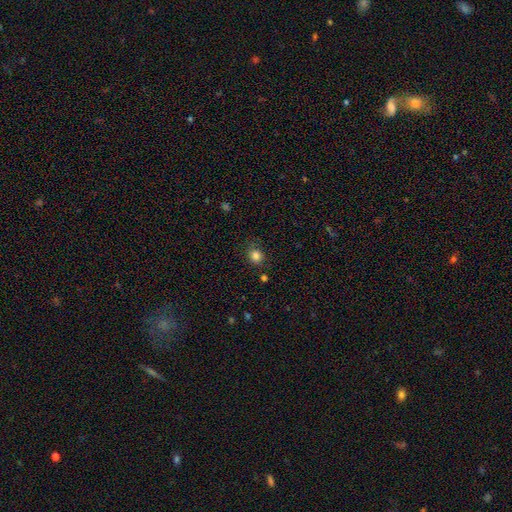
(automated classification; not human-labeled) smooth-or-featured: smooth: 82% | star or artifact: 13% | featured or disk: 5%
  how-rounded: round: 77% | in between: 22% | cigar-shaped: 1%
  merging: none: 81% | minor disturbance: 13% | major disturbance: 4% | merger: 3%